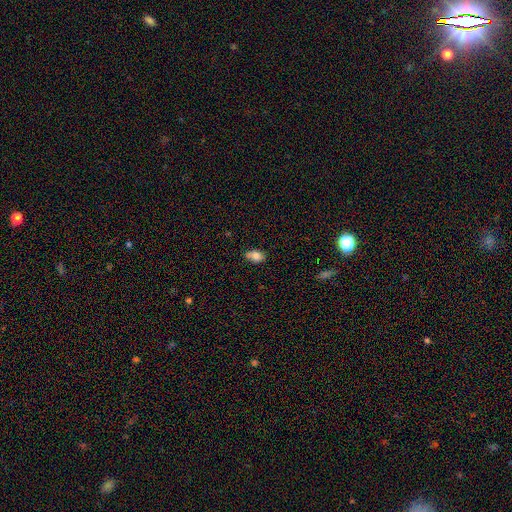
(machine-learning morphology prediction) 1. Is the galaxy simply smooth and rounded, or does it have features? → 80% smooth, 11% featured or disk, 10% star or artifact.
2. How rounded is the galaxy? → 80% in between, 18% round, 2% cigar-shaped.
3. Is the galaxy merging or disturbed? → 60% none, 28% minor disturbance, 7% merger, 5% major disturbance.